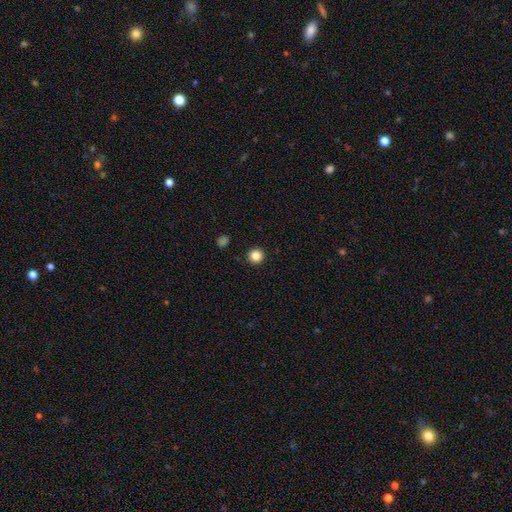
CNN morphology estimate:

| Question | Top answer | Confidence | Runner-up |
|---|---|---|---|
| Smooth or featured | smooth | 85% | star or artifact (11%) |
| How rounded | round | 96% | in between (3%) |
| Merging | none | 93% | minor disturbance (4%) |